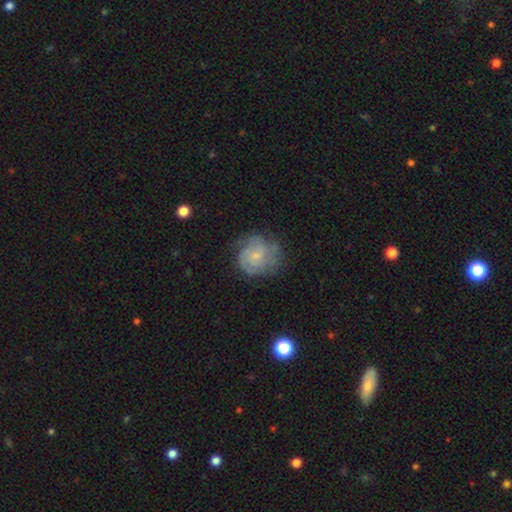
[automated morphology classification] smooth-or-featured: featured or disk: 71% | smooth: 22% | star or artifact: 7%
  disk-edge-on: no: 98% | yes: 2%
    bar: no: 73% | weak: 24% | strong: 3%
    has-spiral-arms: yes: 89% | no: 11%
      spiral-winding: tight: 55% | medium: 35% | loose: 10%
      spiral-arm-count: can't tell: 33% | 3: 26% | 2: 24% | 4: 8% | 1: 5% | more than 4: 5%
    bulge-size: small: 70% | moderate: 21% | none: 7% | large: 1% | dominant: 1%
  merging: none: 63% | minor disturbance: 24% | major disturbance: 12% | merger: 2%